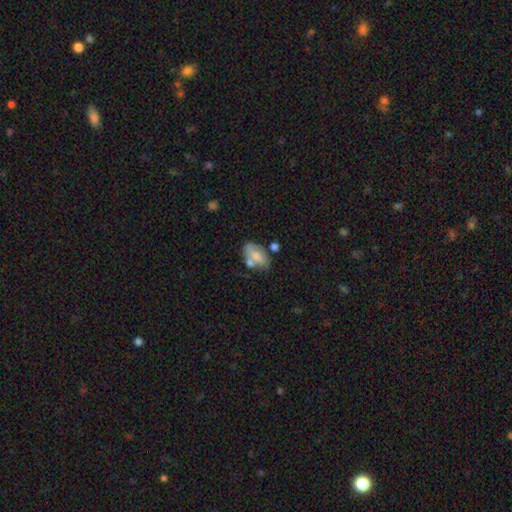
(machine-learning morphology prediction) smooth_or_featured: smooth (p=0.65) [alt: featured or disk p=0.26]
how_rounded: in between (p=0.90) [alt: round p=0.08]
merging: none (p=0.45) [alt: minor disturbance p=0.24]